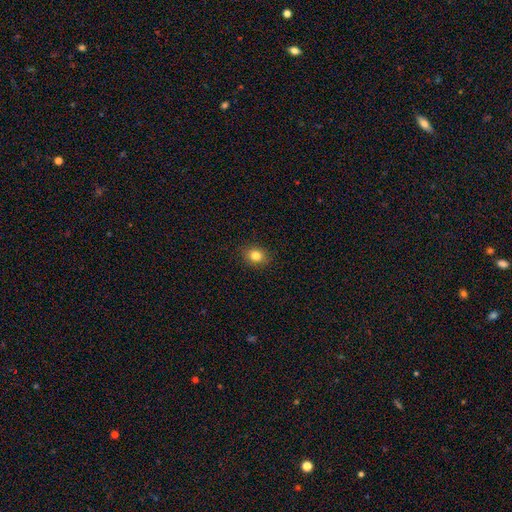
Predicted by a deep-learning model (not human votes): smooth 83%, star or artifact 11%, featured or disk 6%. Down the decision tree: how rounded — round (60%); merging — none (90%).